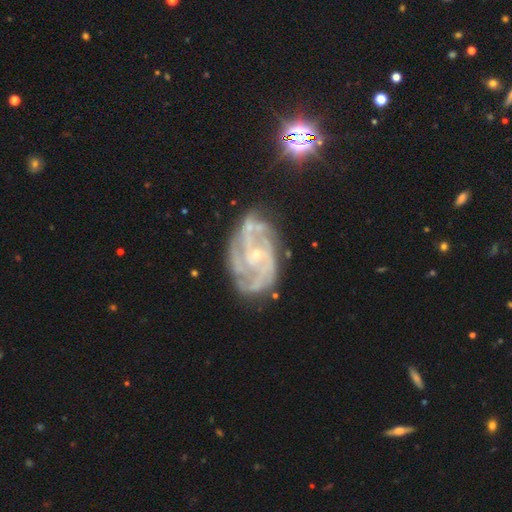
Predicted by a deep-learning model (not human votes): Smooth or featured? featured or disk (89%)
Edge-on disk? no (97%)
Bar? no (61%)
Spiral arms? yes (97%)
Spiral winding? tight (51%)
Spiral arm count? 3 (28%)
Bulge size? small (79%)
Merging? none (67%)